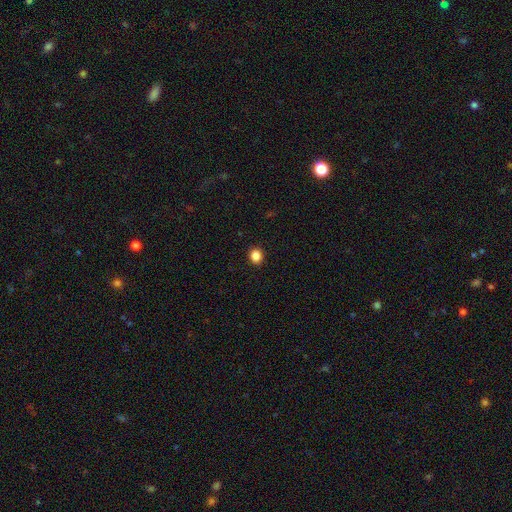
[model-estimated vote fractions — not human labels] Smooth or featured?
  - smooth: 86% *
  - star or artifact: 11%
  - featured or disk: 3%
How rounded?
  - round: 75% *
  - in between: 25%
  - cigar-shaped: 1%
Merging?
  - none: 92% *
  - minor disturbance: 6%
  - major disturbance: 2%
  - merger: 1%